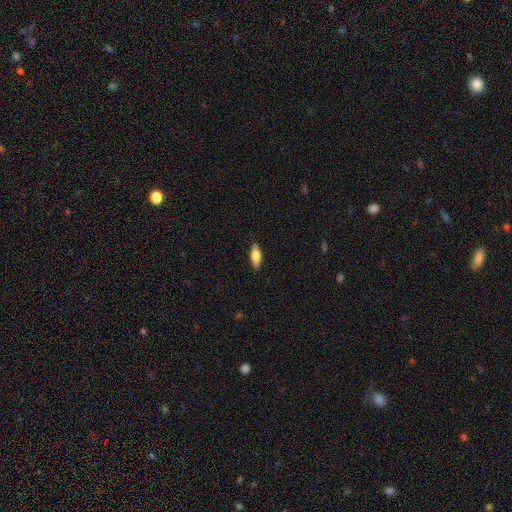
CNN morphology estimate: Smooth or featured? Predicted: smooth (p=0.68). How rounded? Predicted: in between (p=0.55). Merging? Predicted: none (p=0.88).